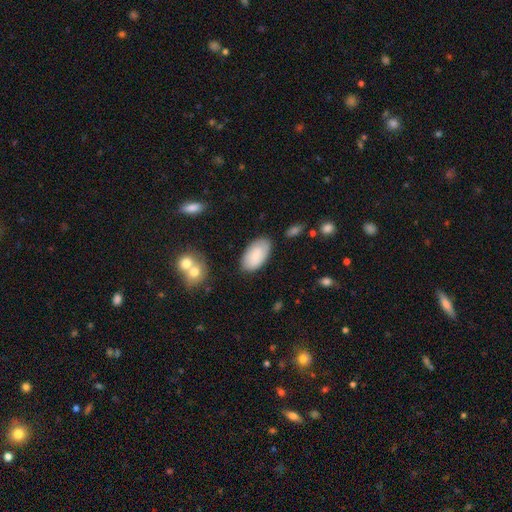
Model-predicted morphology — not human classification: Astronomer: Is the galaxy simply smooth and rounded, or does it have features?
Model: smooth — 75%.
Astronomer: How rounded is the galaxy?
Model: in between — 95%.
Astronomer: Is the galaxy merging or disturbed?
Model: none — 80%.